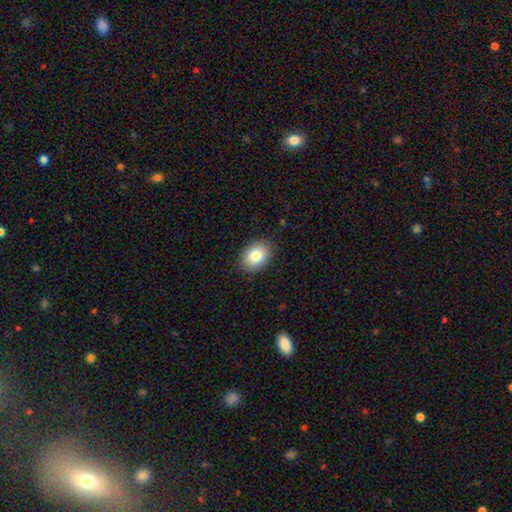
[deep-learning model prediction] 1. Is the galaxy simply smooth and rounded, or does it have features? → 82% smooth, 9% featured or disk, 8% star or artifact.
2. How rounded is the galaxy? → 75% in between, 25% round, 1% cigar-shaped.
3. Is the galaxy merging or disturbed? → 88% none, 9% minor disturbance, 2% major disturbance, 1% merger.